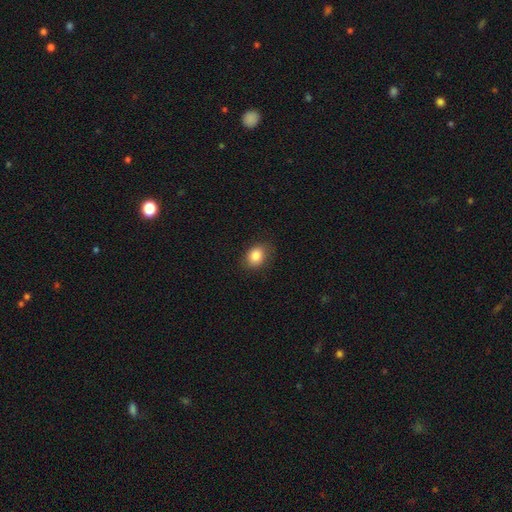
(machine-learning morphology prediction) This is clearly a smooth galaxy (84%). How rounded: possibly in between (56%). Merging: clearly none (82%).